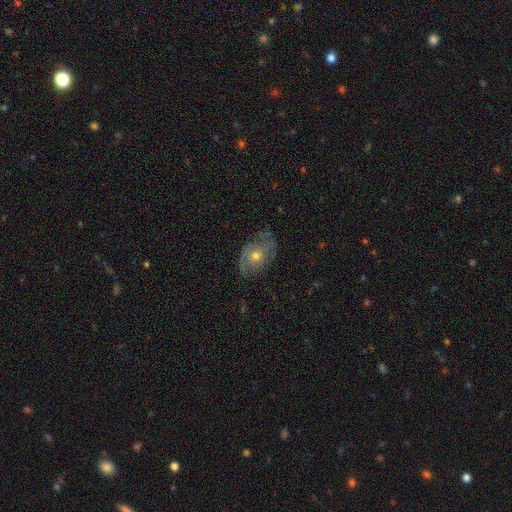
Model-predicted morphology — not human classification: A featured or disk galaxy (59%) with no bar (82%), spiral arms (71%) and a moderate central bulge (62%). Merging: none (69%).